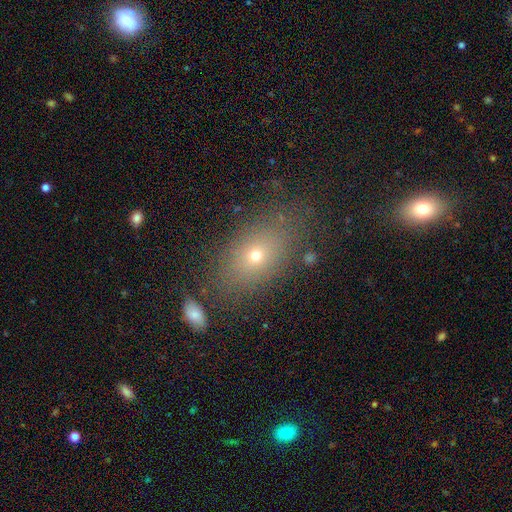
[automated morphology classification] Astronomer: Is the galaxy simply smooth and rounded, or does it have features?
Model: smooth — 66%.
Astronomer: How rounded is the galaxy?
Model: in between — 75%.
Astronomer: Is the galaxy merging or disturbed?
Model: none — 76%.